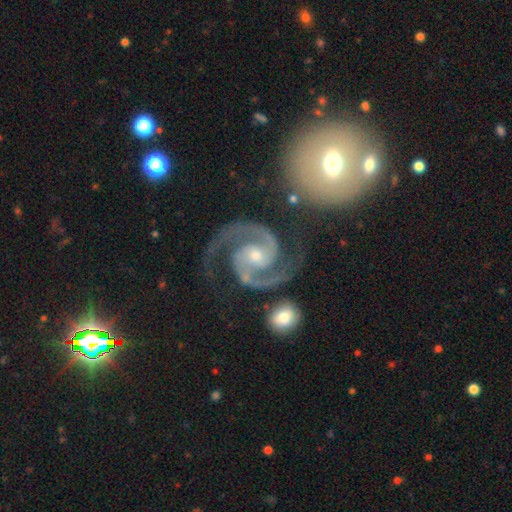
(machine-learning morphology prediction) smooth-or-featured: featured or disk: 95% | star or artifact: 4% | smooth: 2%
  disk-edge-on: no: 99% | yes: 1%
    bar: no: 56% | weak: 31% | strong: 13%
    has-spiral-arms: yes: 99% | no: 1%
      spiral-winding: medium: 61% | tight: 31% | loose: 8%
      spiral-arm-count: 2: 94% | 3: 1% | can't tell: 1% | 1: 1% | 4: 1% | more than 4: 1%
    bulge-size: small: 52% | moderate: 43% | large: 2% | none: 2% | dominant: 1%
  merging: none: 75% | minor disturbance: 14% | major disturbance: 6% | merger: 4%